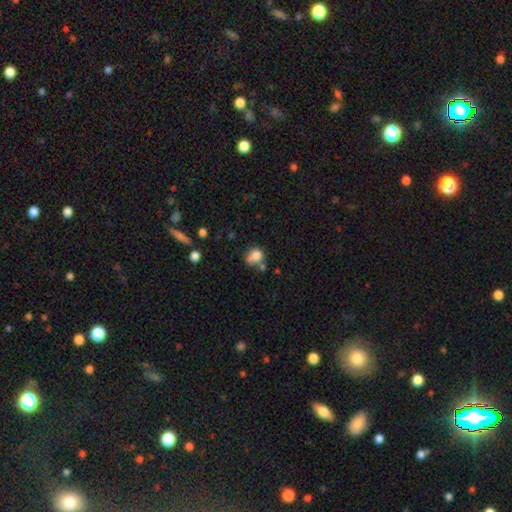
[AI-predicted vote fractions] Smooth or featured? smooth (78%)
How rounded? round (65%)
Merging? none (43%)